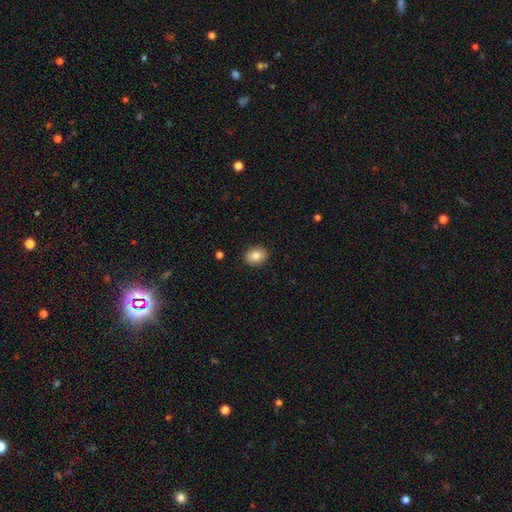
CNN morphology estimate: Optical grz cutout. It shows a smooth galaxy with no disk features (82%) that is in between round and cigar-shaped (62%). Merging: none (89%).